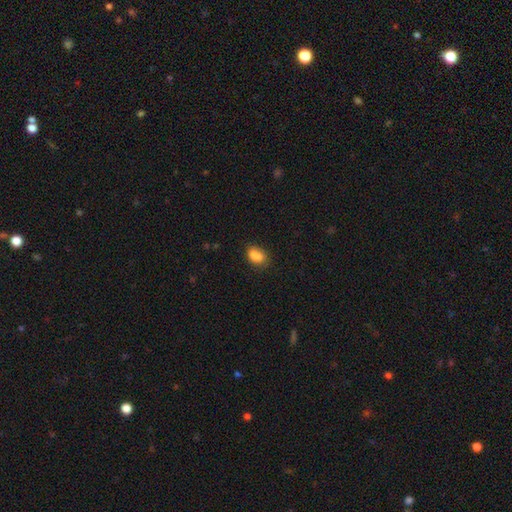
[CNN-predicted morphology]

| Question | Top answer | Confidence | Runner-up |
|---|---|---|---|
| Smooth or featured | smooth | 79% | featured or disk (11%) |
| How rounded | in between | 76% | round (22%) |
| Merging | none | 45% | merger (31%) |